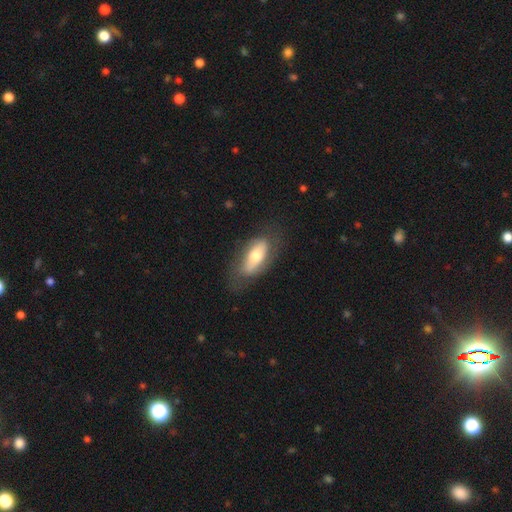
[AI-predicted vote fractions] A smooth galaxy with no disk features (53%) that is in between round and cigar-shaped (81%). Merging: none (67%).